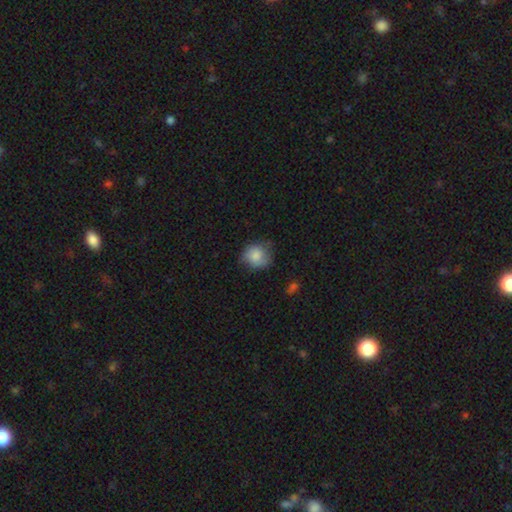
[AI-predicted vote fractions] This is likely a smooth galaxy (78%). How rounded: clearly round (83%). Merging: likely none (67%).